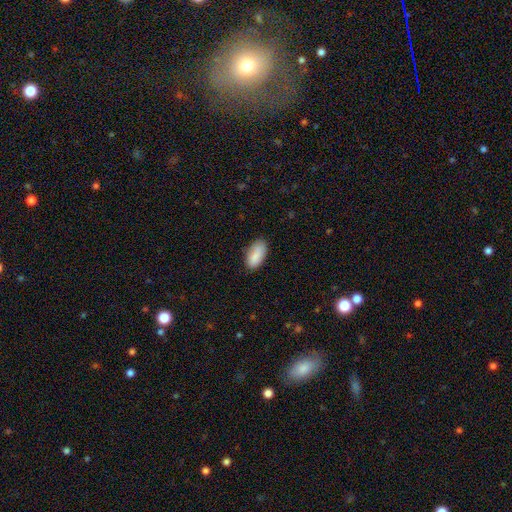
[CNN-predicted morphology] Smooth or featured: smooth — 88% (star or artifact — 6%)
How rounded: in between — 92% (cigar-shaped — 6%)
Merging: none — 78% (minor disturbance — 18%)